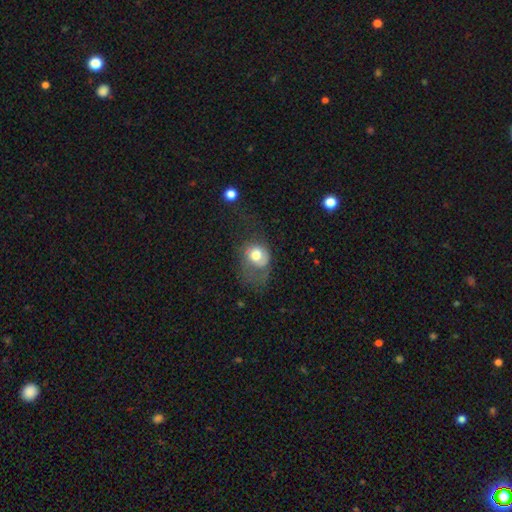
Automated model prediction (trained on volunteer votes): Q: Smooth or featured?
A: smooth (65%); runner-up: featured or disk (27%)
Q: How rounded?
A: round (56%); runner-up: in between (43%)
Q: Merging?
A: major disturbance (48%); runner-up: none (25%)